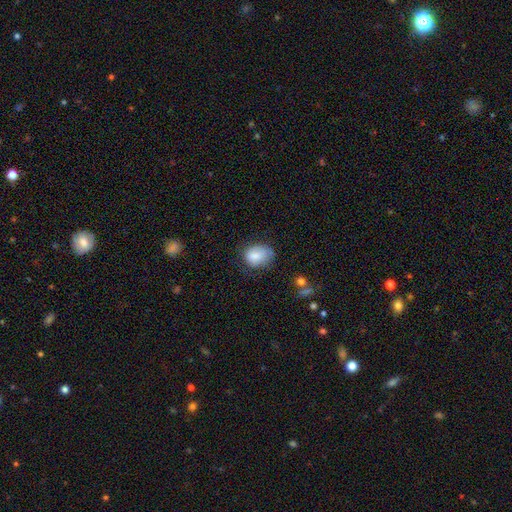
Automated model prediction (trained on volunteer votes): smooth-or-featured: smooth: 80% | featured or disk: 13% | star or artifact: 8%
  how-rounded: in between: 62% | round: 37% | cigar-shaped: 1%
  merging: none: 53% | minor disturbance: 33% | major disturbance: 12% | merger: 2%